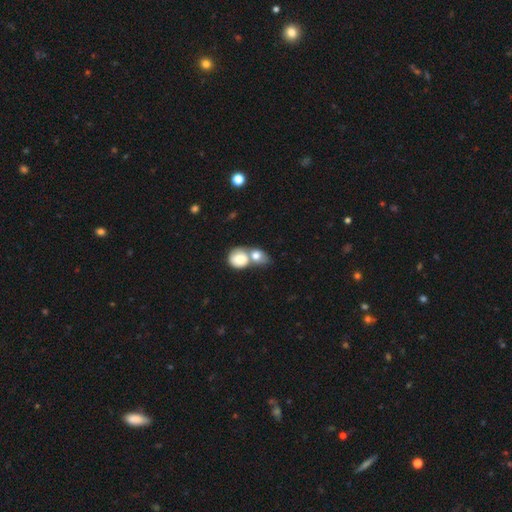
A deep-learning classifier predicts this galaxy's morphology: Smooth or featured? Predicted: smooth (p=0.76). How rounded? Predicted: round (p=0.55). Merging? Predicted: merger (p=0.70).